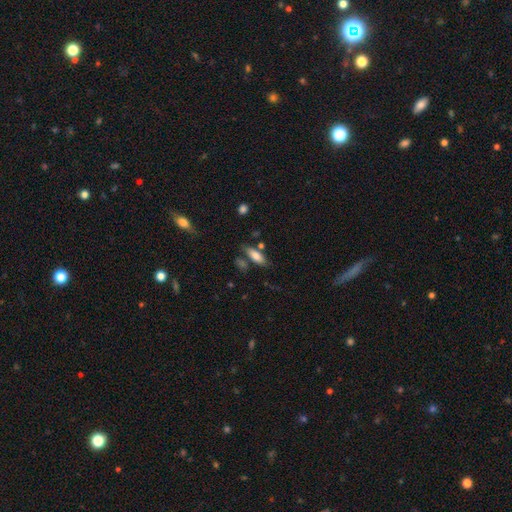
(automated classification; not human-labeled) A smooth galaxy with no disk features (74%) that is in between round and cigar-shaped (62%).

Vote fractions:
- Smooth or featured? smooth: 74% / featured or disk: 18% / star or artifact: 8%
- How rounded? in between: 62% / cigar-shaped: 35% / round: 2%
- Merging? none: 67% / minor disturbance: 17% / merger: 10% / major disturbance: 6%